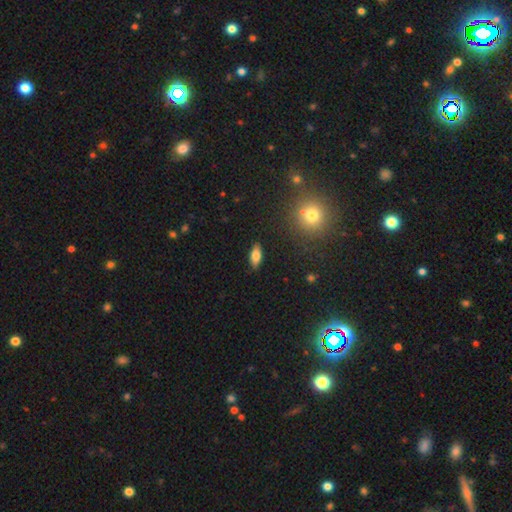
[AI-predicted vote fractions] A smooth galaxy with no disk features (76%) that is in between round and cigar-shaped (81%). Merging: none (88%).